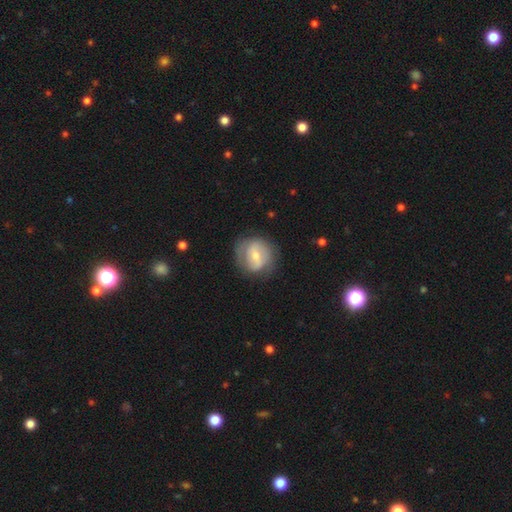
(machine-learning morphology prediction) Overall: featured or disk (53%; smooth 40%). Edge-on disk: no (96%). Bar: weak (49%; strong 26%). Spiral arms: yes (69%; no 31%). Bulge size: moderate (48%; small 44%). Merging: none (69%).